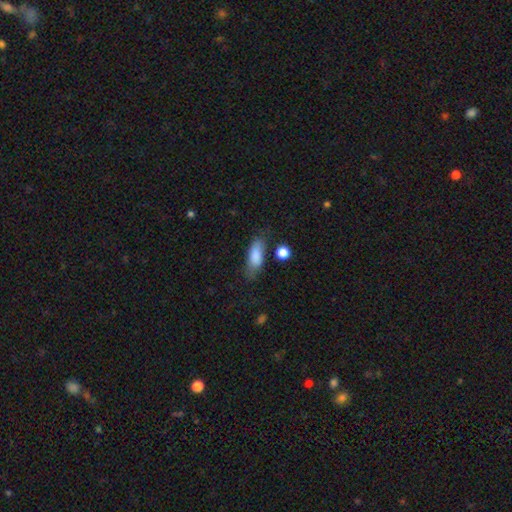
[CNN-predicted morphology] type=smooth (83%); roundness=in between (74%); merging=none (62%).